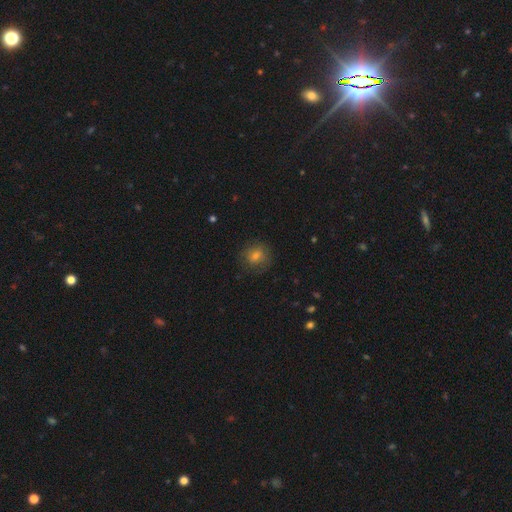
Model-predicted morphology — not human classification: This is likely a smooth galaxy (63%). How rounded: likely round (79%). Merging: likely none (79%).